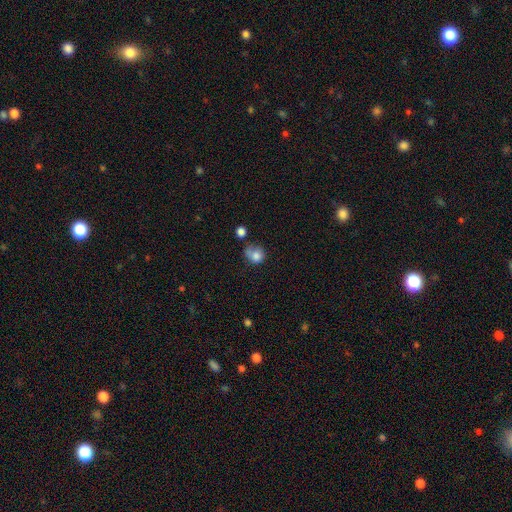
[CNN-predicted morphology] smooth-or-featured: smooth: 78% | featured or disk: 12% | star or artifact: 10%
  how-rounded: round: 71% | in between: 28% | cigar-shaped: 1%
  merging: none: 36% | minor disturbance: 28% | major disturbance: 18% | merger: 18%